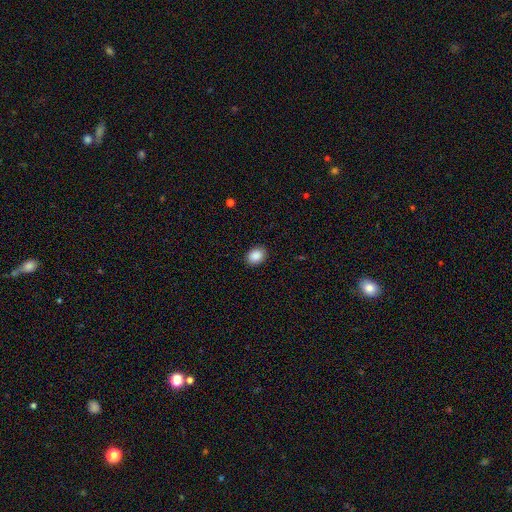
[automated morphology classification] Smooth or featured?
  - smooth: 89% *
  - star or artifact: 8%
  - featured or disk: 3%
How rounded?
  - in between: 62% *
  - round: 37%
  - cigar-shaped: 1%
Merging?
  - none: 89% *
  - minor disturbance: 8%
  - major disturbance: 2%
  - merger: 1%